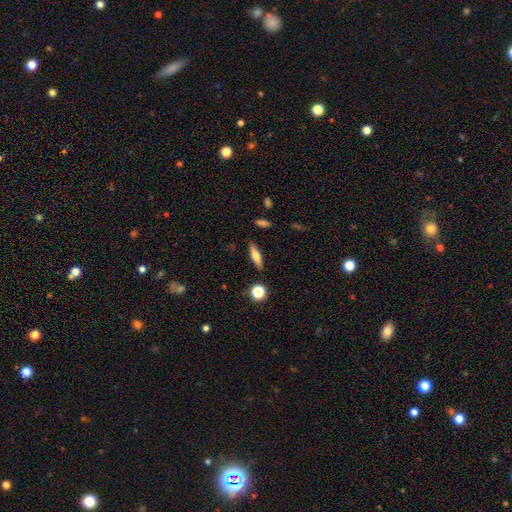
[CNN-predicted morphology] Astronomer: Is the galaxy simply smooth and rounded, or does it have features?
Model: smooth — 57% (runner-up: featured or disk, 35%).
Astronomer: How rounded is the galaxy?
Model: cigar-shaped — 58% (runner-up: in between, 38%).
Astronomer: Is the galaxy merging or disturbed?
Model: none — 87%.